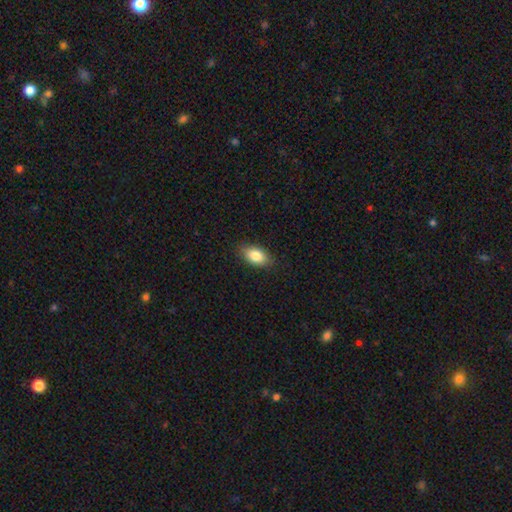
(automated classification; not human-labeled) Q: Smooth or featured?
A: smooth (84%); runner-up: featured or disk (9%)
Q: How rounded?
A: in between (90%); runner-up: round (6%)
Q: Merging?
A: none (86%); runner-up: minor disturbance (10%)